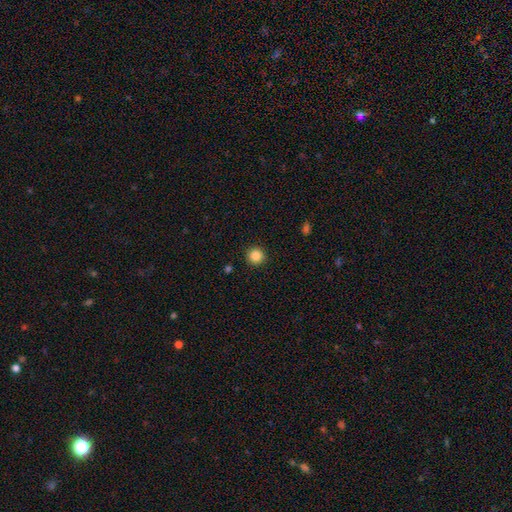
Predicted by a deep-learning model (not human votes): Morphology: type=smooth (85%); roundness=round (95%); merging=none (92%).